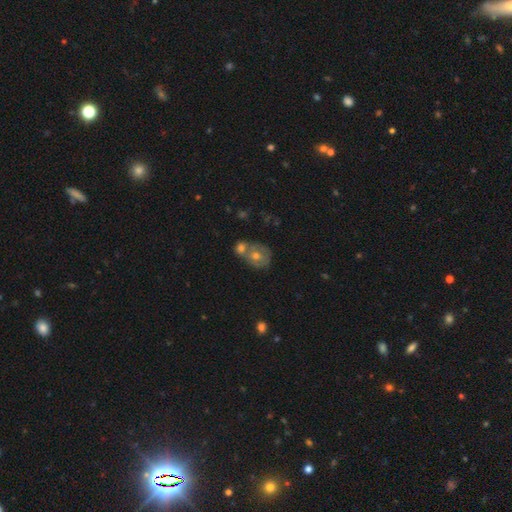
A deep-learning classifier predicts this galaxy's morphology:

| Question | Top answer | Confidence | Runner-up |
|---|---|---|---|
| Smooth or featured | smooth | 46% | featured or disk (41%) |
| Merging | merger | 47% | none (38%) |